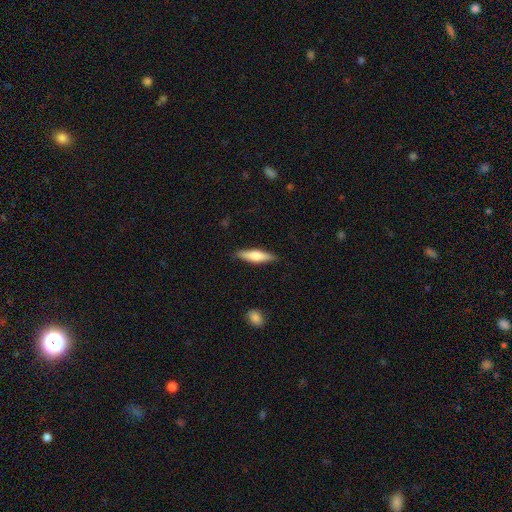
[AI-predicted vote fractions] Smooth or featured?
  - smooth: 59% *
  - featured or disk: 35%
  - star or artifact: 6%
How rounded?
  - cigar-shaped: 74% *
  - in between: 25%
  - round: 2%
Merging?
  - none: 88% *
  - minor disturbance: 9%
  - major disturbance: 2%
  - merger: 1%